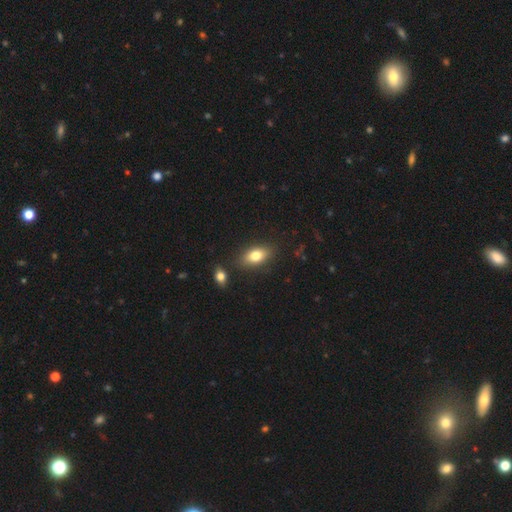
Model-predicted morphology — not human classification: A smooth galaxy with no disk features (78%) that is in between round and cigar-shaped (87%).

Vote fractions:
- Smooth or featured? smooth: 78% / featured or disk: 14% / star or artifact: 8%
- How rounded? in between: 87% / round: 9% / cigar-shaped: 5%
- Merging? none: 82% / minor disturbance: 11% / merger: 4% / major disturbance: 3%